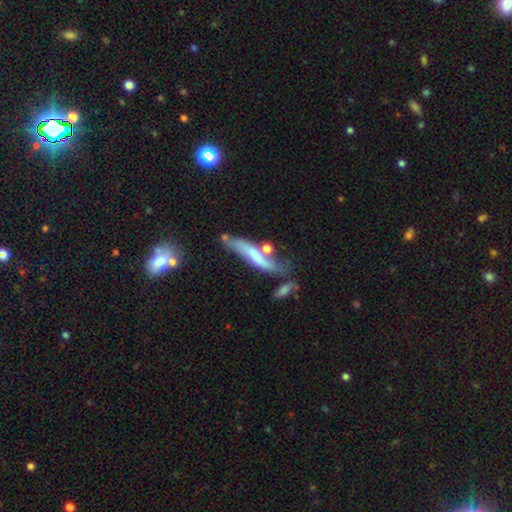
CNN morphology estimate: Smooth or featured?
  - smooth: 46% * (tied)
  - featured or disk: 46% * (tied)
  - star or artifact: 8%
Merging?
  - none: 40% *
  - minor disturbance: 24%
  - merger: 21%
  - major disturbance: 14%